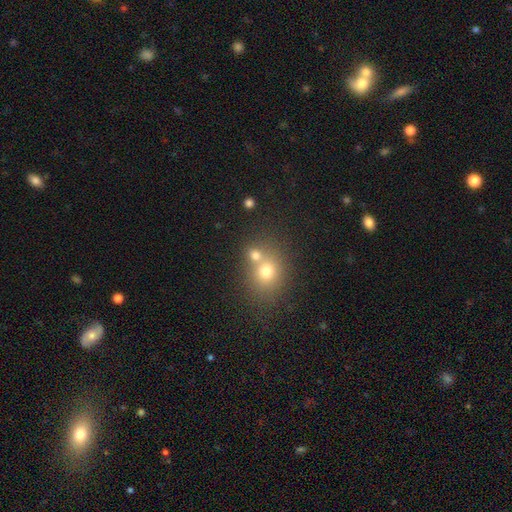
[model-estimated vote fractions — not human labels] Smooth or featured? Predicted: smooth (p=0.72). How rounded? Predicted: round (p=0.71). Merging? Predicted: merger (p=0.47).